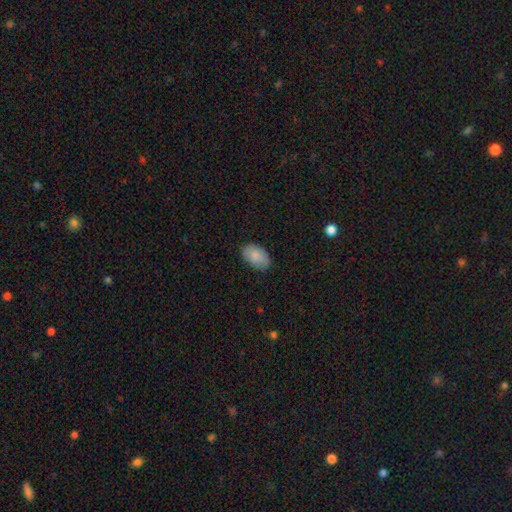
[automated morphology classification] smooth-or-featured: smooth: 86% | featured or disk: 7% | star or artifact: 6%
  how-rounded: in between: 92% | round: 7% | cigar-shaped: 1%
  merging: none: 80% | minor disturbance: 16% | major disturbance: 3% | merger: 1%